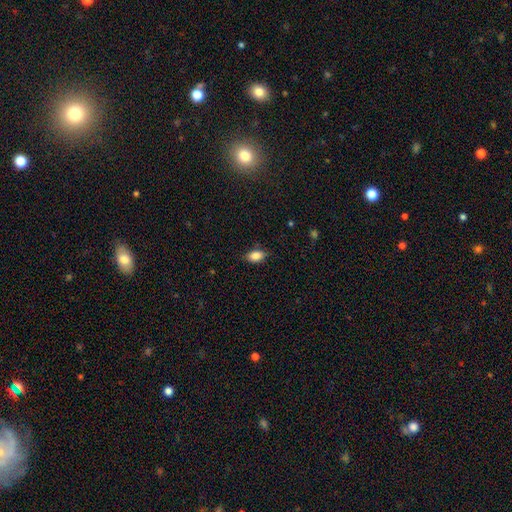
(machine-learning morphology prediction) Smooth or featured: smooth — 86% (star or artifact — 9%)
How rounded: in between — 88% (round — 10%)
Merging: none — 82% (minor disturbance — 14%)